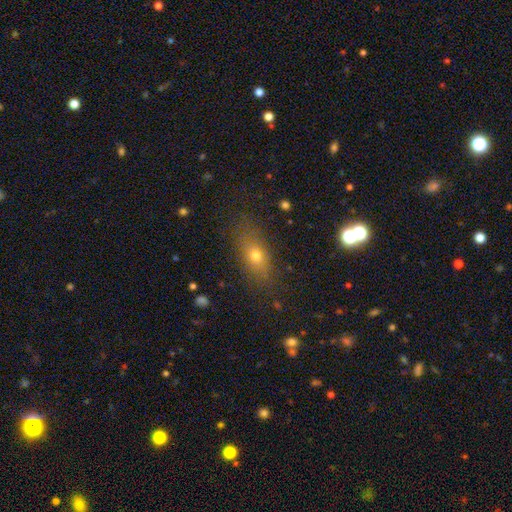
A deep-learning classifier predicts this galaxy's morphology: A smooth galaxy with no disk features (67%) that is in between round and cigar-shaped (67%). Merging: none (80%).